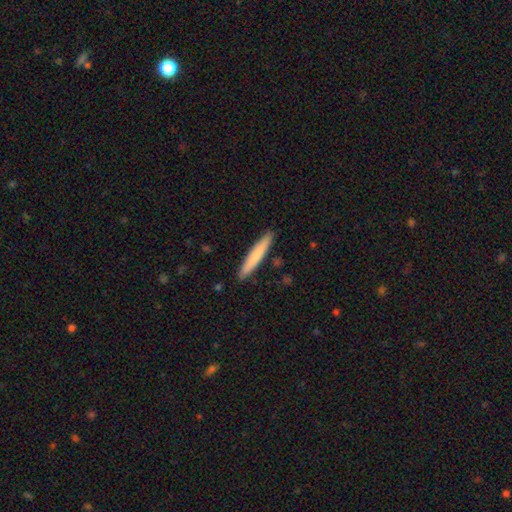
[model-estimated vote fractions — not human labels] This is likely a smooth galaxy (75%). How rounded: clearly cigar-shaped (95%). Merging: clearly none (90%).